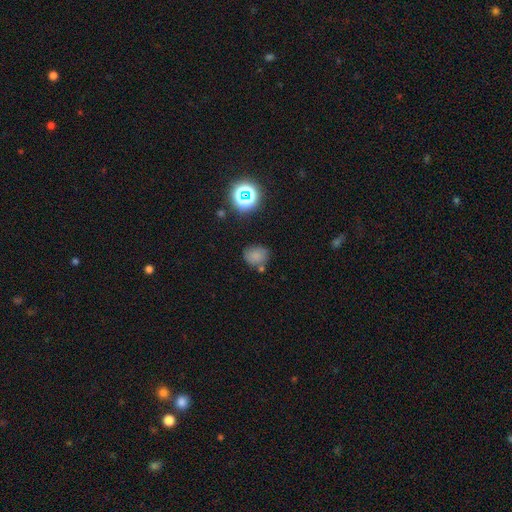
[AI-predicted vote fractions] Smooth or featured? smooth (74%)
How rounded? round (55%)
Merging? none (66%)